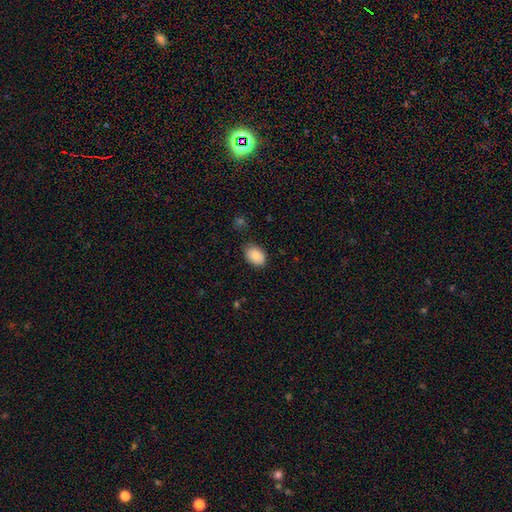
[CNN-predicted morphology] The model was most divided on "merging": none: 78%, minor disturbance: 18%, major disturbance: 3%, merger: 1%. More confident: smooth or featured — smooth (85%); how rounded — in between (82%).